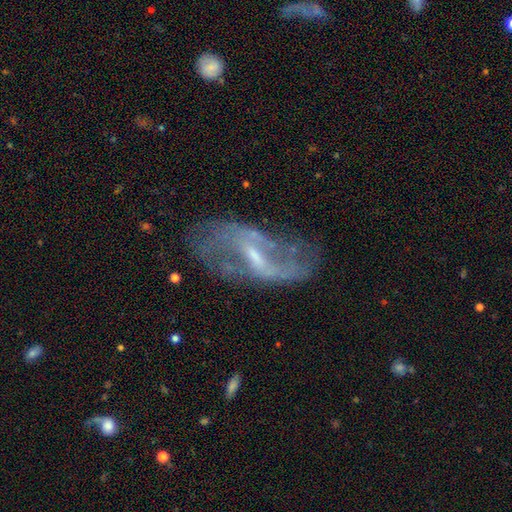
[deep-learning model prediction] Smooth or featured: featured or disk — 80% (smooth — 12%)
Edge-on disk: no — 92% (yes — 8%)
Bar: weak — 51% (strong — 33%)
Spiral arms: yes — 79% (no — 21%)
Spiral winding: loose — 56% (medium — 32%)
Spiral arm count: 2 — 70% (can't tell — 18%)
Bulge size: small — 52% (moderate — 32%)
Merging: none — 55% (minor disturbance — 22%)